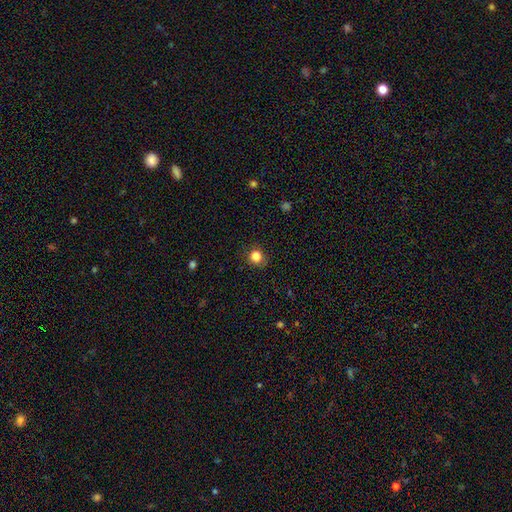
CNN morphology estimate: Smooth or featured: smooth — 84% (star or artifact — 12%)
How rounded: round — 85% (in between — 14%)
Merging: none — 84% (minor disturbance — 11%)